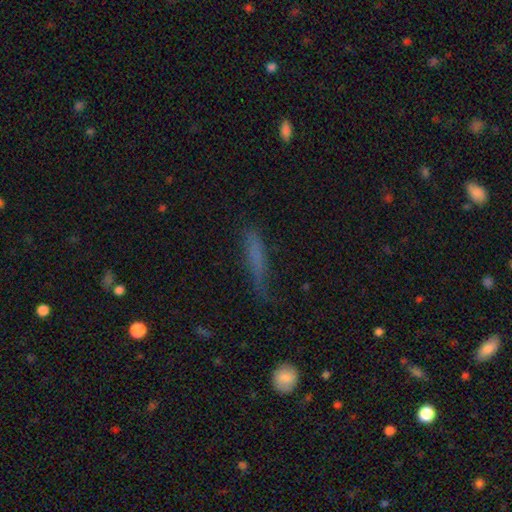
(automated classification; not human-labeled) A smooth galaxy with no disk features (64%) that is cigar-shaped (85%).

Vote fractions:
- Smooth or featured? smooth: 64% / featured or disk: 24% / star or artifact: 12%
- How rounded? cigar-shaped: 85% / in between: 13% / round: 2%
- Merging? none: 57% / minor disturbance: 28% / major disturbance: 13% / merger: 2%